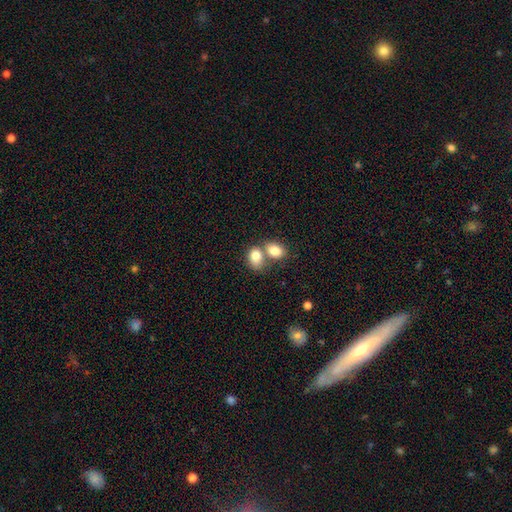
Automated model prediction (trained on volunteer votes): Q: Smooth or featured?
A: smooth (80%); runner-up: featured or disk (11%)
Q: How rounded?
A: in between (63%); runner-up: round (36%)
Q: Merging?
A: merger (58%); runner-up: none (30%)